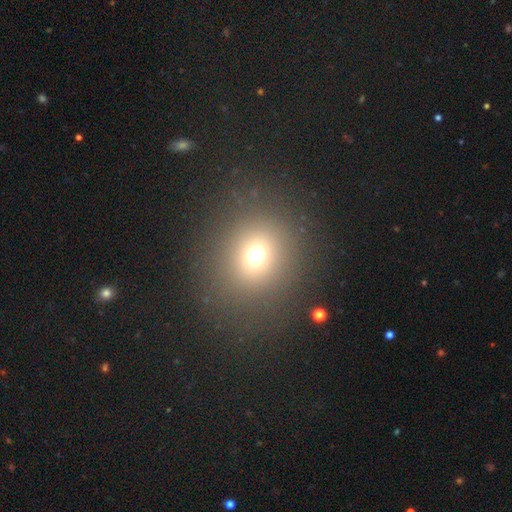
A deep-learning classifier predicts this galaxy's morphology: Q: Smooth or featured?
A: smooth (69%); runner-up: star or artifact (23%)
Q: How rounded?
A: round (81%); runner-up: in between (18%)
Q: Merging?
A: none (84%); runner-up: minor disturbance (8%)